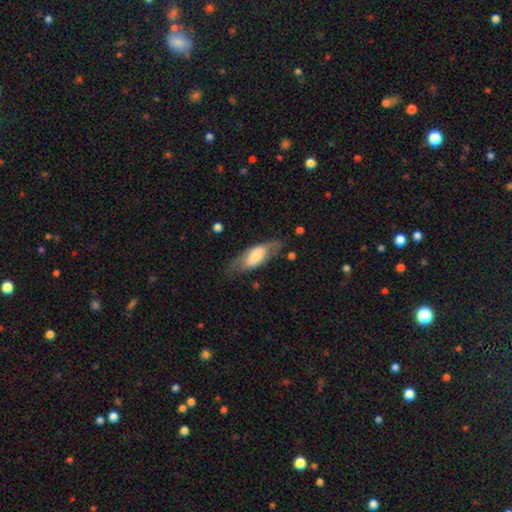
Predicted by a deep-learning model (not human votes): The model was most divided on "smooth or featured": smooth: 55%, featured or disk: 39%, star or artifact: 6%. More confident: how rounded — in between (75%); merging — none (68%).